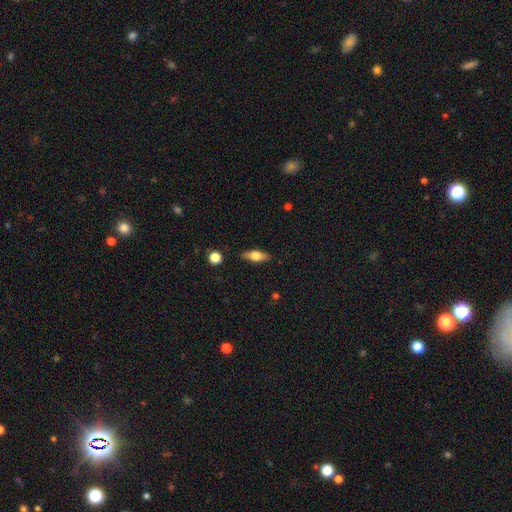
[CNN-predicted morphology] This appears to be a smooth galaxy with no disk features (60%) that is in between round and cigar-shaped (68%). Merging: none (85%).